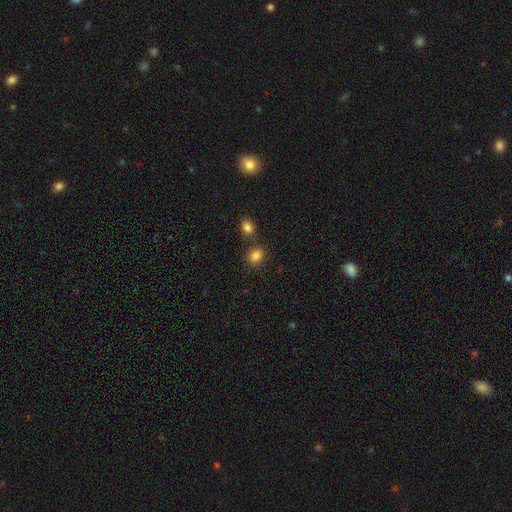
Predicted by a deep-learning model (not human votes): Smooth or featured? Predicted: smooth (p=0.85). How rounded? Predicted: in between (p=0.57). Merging? Predicted: none (p=0.70).